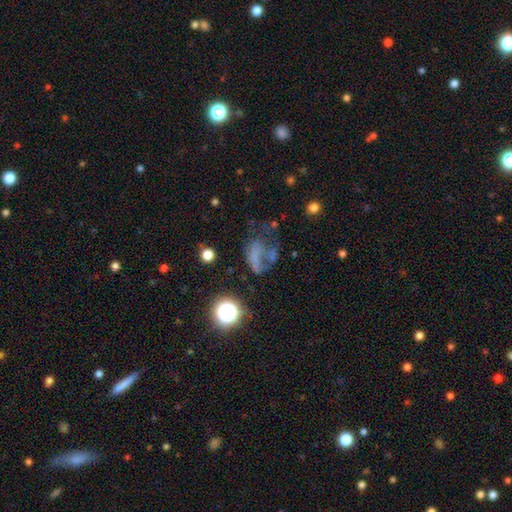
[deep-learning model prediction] A smooth galaxy with no disk features (41%).

Vote fractions:
- Smooth or featured? smooth: 41% / featured or disk: 31% / star or artifact: 28%
- Merging? major disturbance: 40% / none: 31% / minor disturbance: 18% / merger: 11%